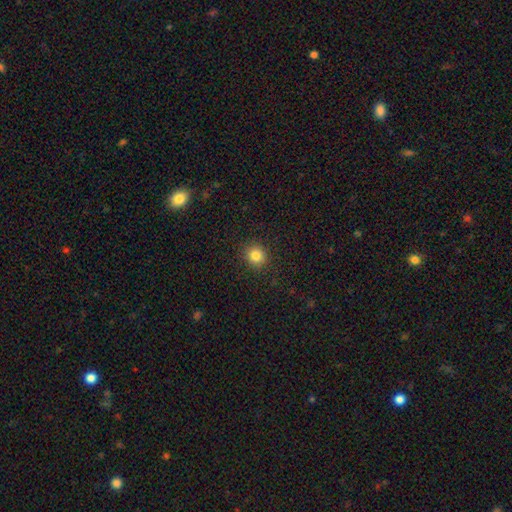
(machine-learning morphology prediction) A smooth galaxy with no disk features (83%) that is round (86%).

Vote fractions:
- Smooth or featured? smooth: 83% / star or artifact: 11% / featured or disk: 5%
- How rounded? round: 86% / in between: 13% / cigar-shaped: 1%
- Merging? none: 91% / minor disturbance: 6% / major disturbance: 2% / merger: 1%